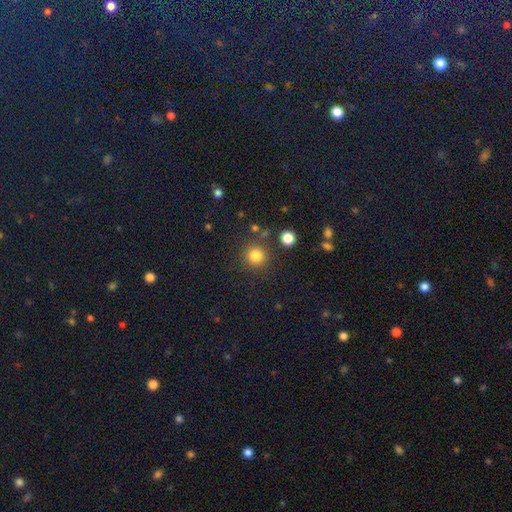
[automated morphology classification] Smooth or featured?
  - smooth: 82% *
  - star or artifact: 13%
  - featured or disk: 5%
How rounded?
  - round: 93% *
  - in between: 6%
  - cigar-shaped: 1%
Merging?
  - none: 85% *
  - minor disturbance: 7%
  - merger: 4%
  - major disturbance: 3%